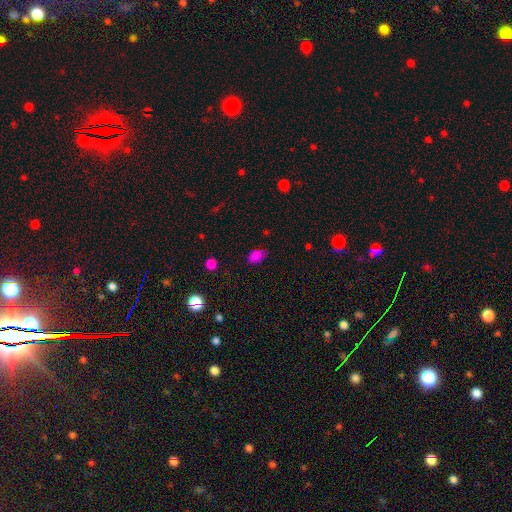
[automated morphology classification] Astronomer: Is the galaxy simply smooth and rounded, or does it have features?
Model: smooth — 81%.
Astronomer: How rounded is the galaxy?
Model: in between — 86%.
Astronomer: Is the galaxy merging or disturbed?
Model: none — 72%.